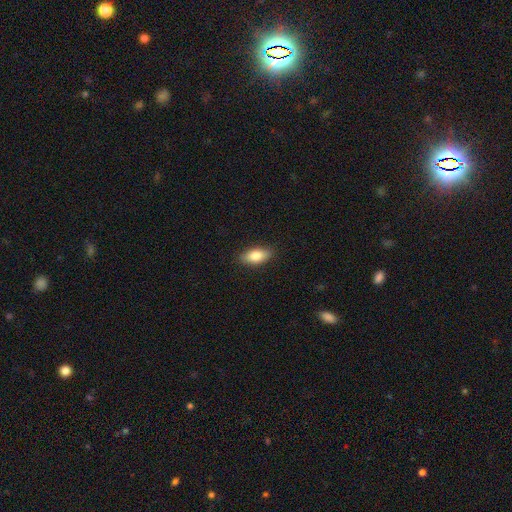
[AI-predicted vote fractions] Overall: smooth (82%). How rounded: in between (87%). Merging: none (87%).